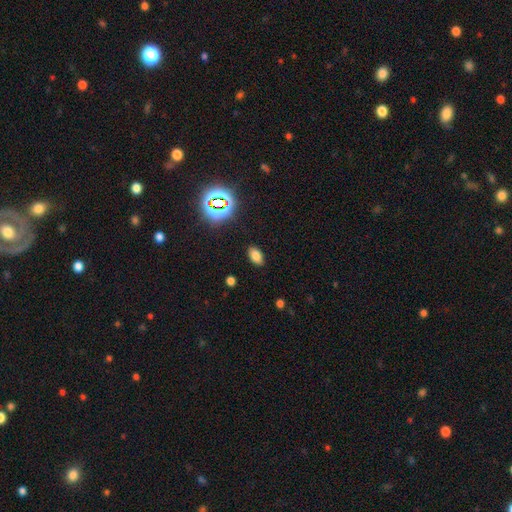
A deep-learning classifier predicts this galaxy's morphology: This is likely a smooth galaxy (75%). How rounded: clearly in between (91%). Merging: clearly none (88%).